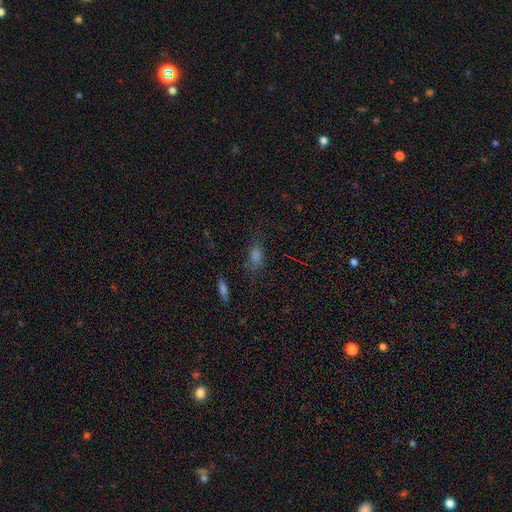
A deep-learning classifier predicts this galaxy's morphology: smooth-or-featured: smooth: 58% | star or artifact: 27% | featured or disk: 15%
  how-rounded: in between: 68% | cigar-shaped: 18% | round: 14%
  merging: none: 69% | minor disturbance: 19% | major disturbance: 9% | merger: 4%